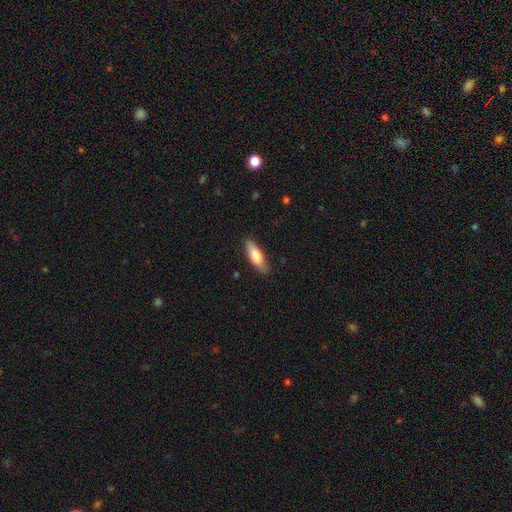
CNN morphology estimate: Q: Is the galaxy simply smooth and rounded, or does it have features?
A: smooth — 77%.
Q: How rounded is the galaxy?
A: in between — 52%.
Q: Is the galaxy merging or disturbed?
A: none — 83%.